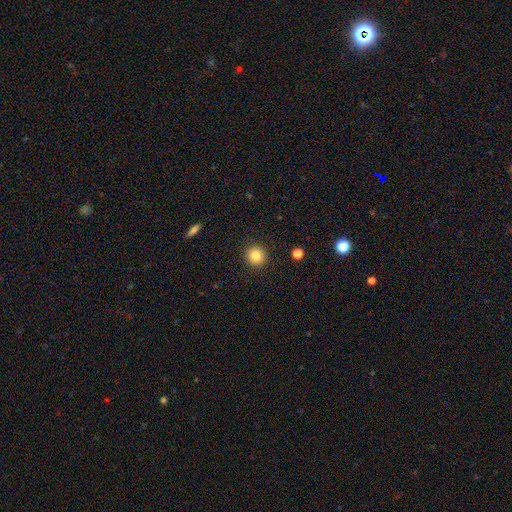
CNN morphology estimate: A smooth galaxy with no disk features (84%) that is round (93%). Merging: none (92%).